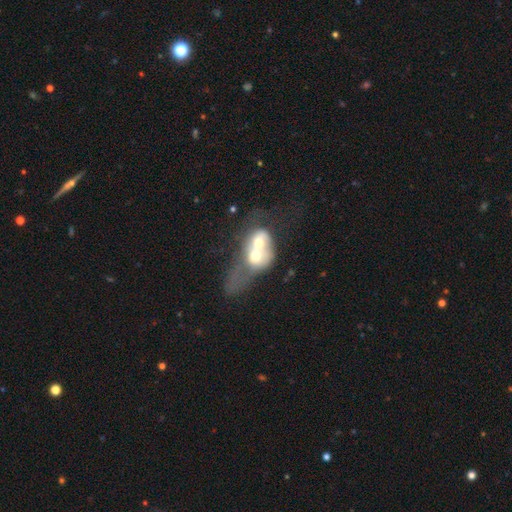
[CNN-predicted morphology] type=smooth (48%); merging=merger (81%).